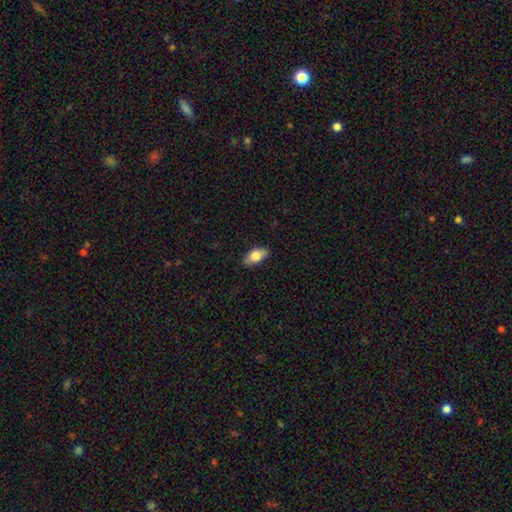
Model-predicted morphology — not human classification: A smooth galaxy with no disk features (75%) that is in between round and cigar-shaped (87%).

Vote fractions:
- Smooth or featured? smooth: 75% / featured or disk: 18% / star or artifact: 7%
- How rounded? in between: 87% / cigar-shaped: 8% / round: 5%
- Merging? none: 84% / minor disturbance: 13% / major disturbance: 2% / merger: 1%